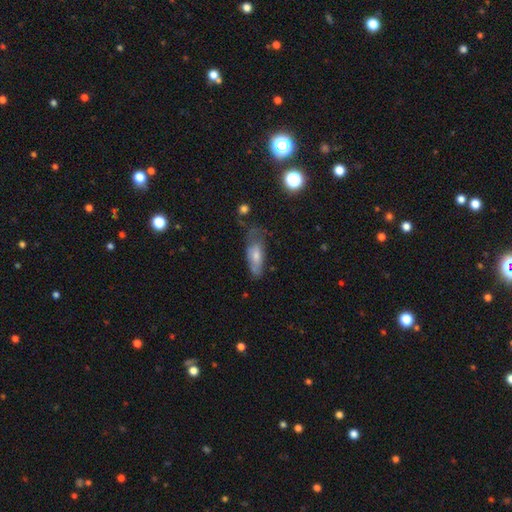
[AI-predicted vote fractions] Overall: smooth (63%; featured or disk 30%). How rounded: in between (75%). Merging: none (37%; minor disturbance 35%).